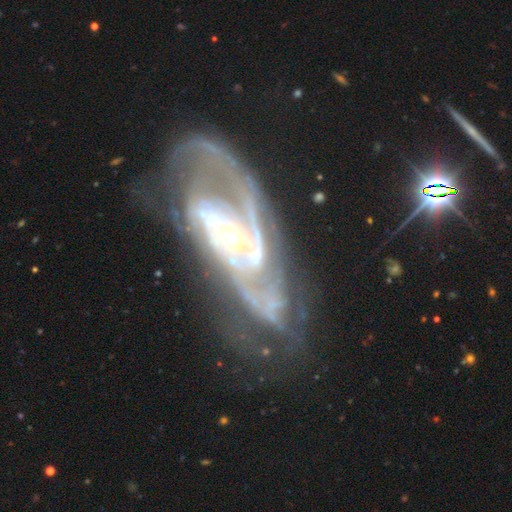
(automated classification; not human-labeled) smooth_or_featured: featured or disk (p=0.89) [alt: star or artifact p=0.06]
disk_edge_on: no (p=0.94) [alt: yes p=0.06]
bar: no (p=0.61) [alt: weak p=0.26]
has_spiral_arms: yes (p=0.95) [alt: no p=0.05]
spiral_winding: tight (p=0.47) [alt: medium p=0.41]
spiral_arm_count: 2 (p=0.48) [alt: can't tell p=0.21]
bulge_size: small (p=0.54) [alt: moderate p=0.40]
merging: none (p=0.48) [alt: major disturbance p=0.25]